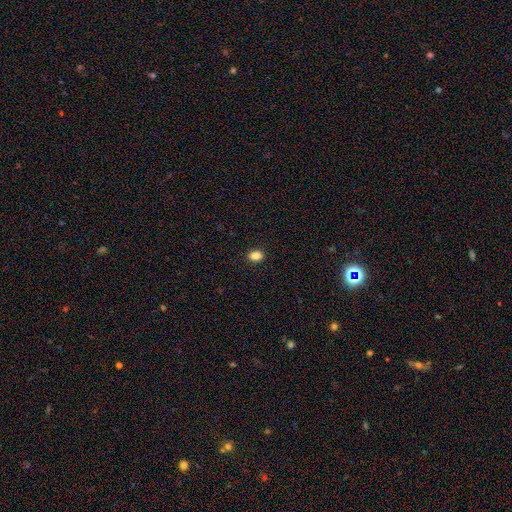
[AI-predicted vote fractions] smooth-or-featured: smooth: 85% | star or artifact: 10% | featured or disk: 4%
  how-rounded: in between: 69% | round: 30% | cigar-shaped: 1%
  merging: none: 91% | minor disturbance: 7% | major disturbance: 2% | merger: 1%